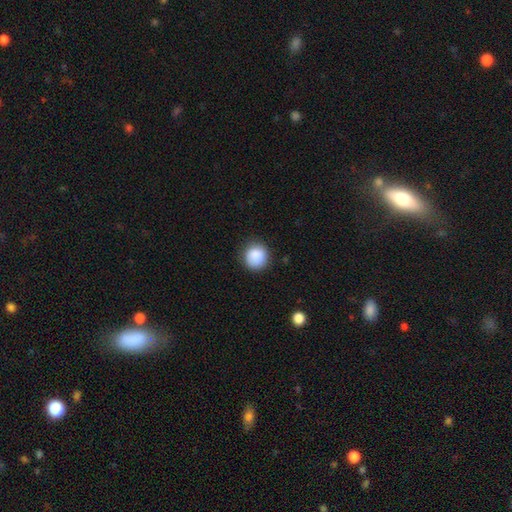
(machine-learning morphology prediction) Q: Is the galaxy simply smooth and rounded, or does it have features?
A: smooth — 88%.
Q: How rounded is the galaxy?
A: round — 91%.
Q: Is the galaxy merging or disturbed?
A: none — 85%.